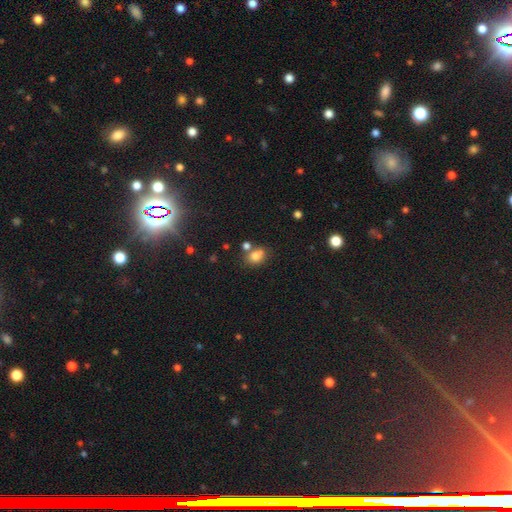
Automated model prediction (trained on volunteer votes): Smooth or featured?
  - smooth: 77% *
  - star or artifact: 13%
  - featured or disk: 11%
How rounded?
  - in between: 59% *
  - round: 40%
  - cigar-shaped: 1%
Merging?
  - none: 55% *
  - merger: 24%
  - minor disturbance: 15%
  - major disturbance: 5%